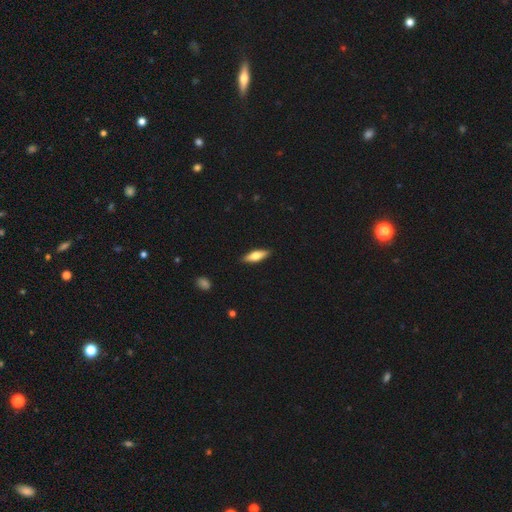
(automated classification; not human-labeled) The model was most divided on "how rounded": cigar-shaped: 50%, in between: 48%, round: 2%. More confident: merging — none (89%); smooth or featured — smooth (58%).